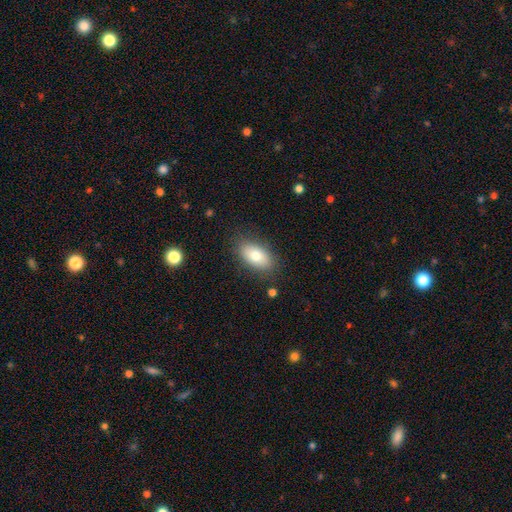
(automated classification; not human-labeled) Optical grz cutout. It shows a smooth galaxy with no disk features (77%) that is in between round and cigar-shaped (92%). Merging: none (84%).